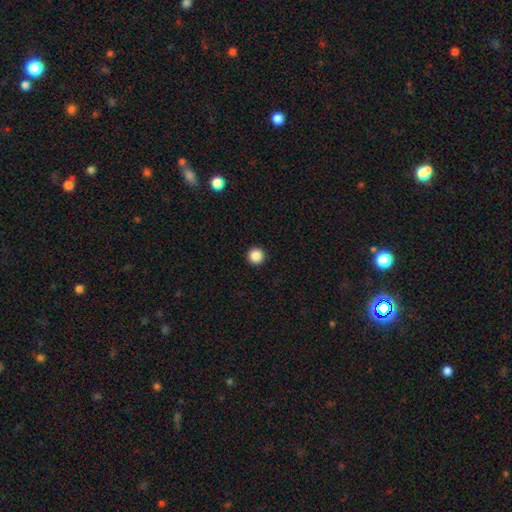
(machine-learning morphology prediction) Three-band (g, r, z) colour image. It shows a smooth galaxy with no disk features (87%) that is round (97%). Merging: none (94%).